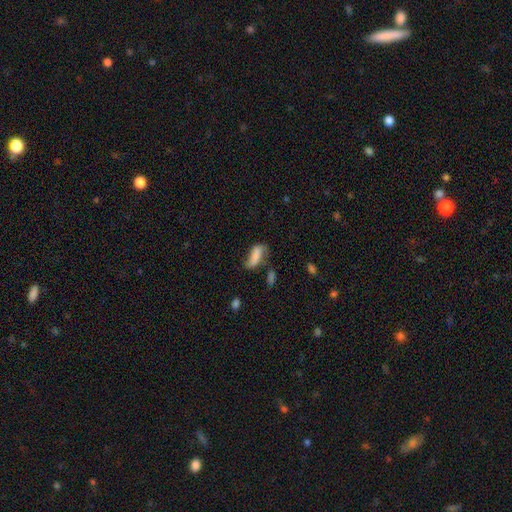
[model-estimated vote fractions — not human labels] This is likely a smooth galaxy (66%). How rounded: likely in between (72%). Merging: marginally none (40%).